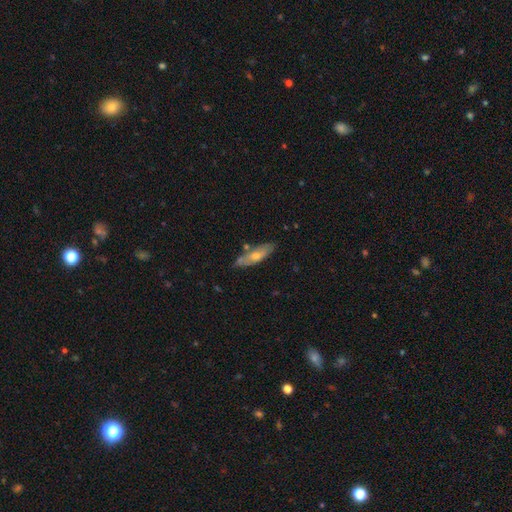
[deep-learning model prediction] featured or disk 47%, smooth 46%, star or artifact 7%. Down the decision tree: merging — none (76%).